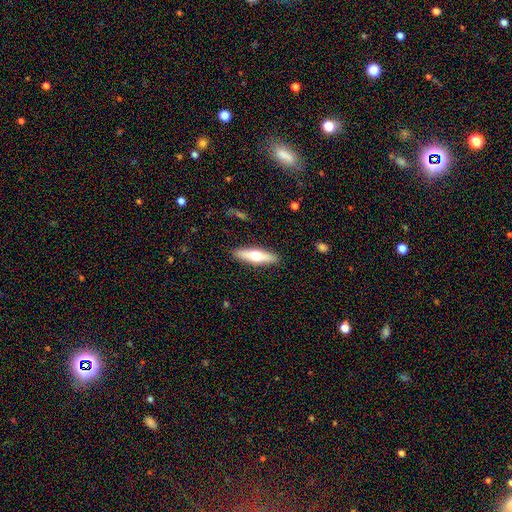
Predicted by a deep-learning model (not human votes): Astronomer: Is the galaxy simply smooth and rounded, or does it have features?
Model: smooth — 47%, tied with featured or disk at 47%.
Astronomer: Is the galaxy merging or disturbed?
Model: none — 90%.